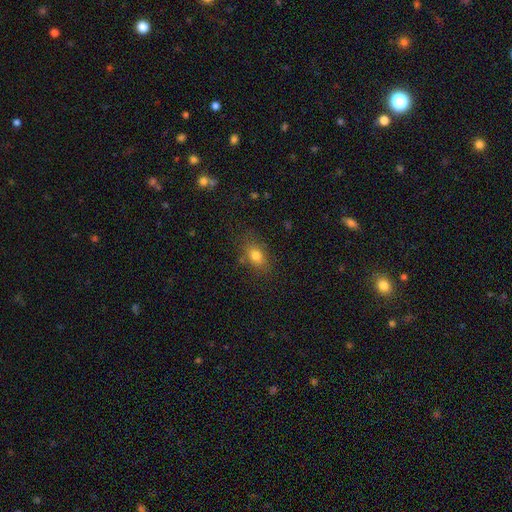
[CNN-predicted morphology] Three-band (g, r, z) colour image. It shows a smooth galaxy with no disk features (78%) that is in between round and cigar-shaped (73%). Merging: none (76%).